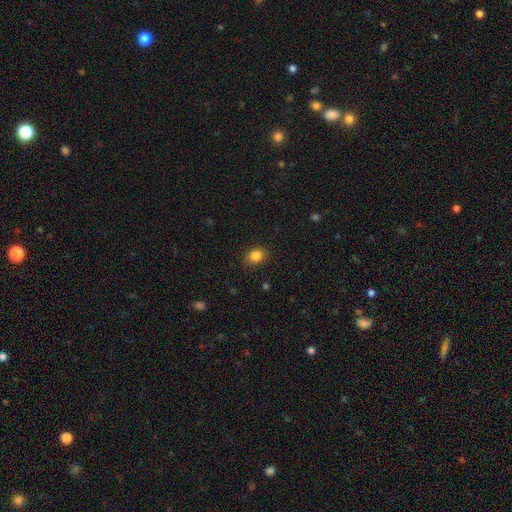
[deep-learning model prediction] The model was most divided on "how rounded": round: 54%, in between: 46%, cigar-shaped: 1%. More confident: merging — none (88%); smooth or featured — smooth (85%).